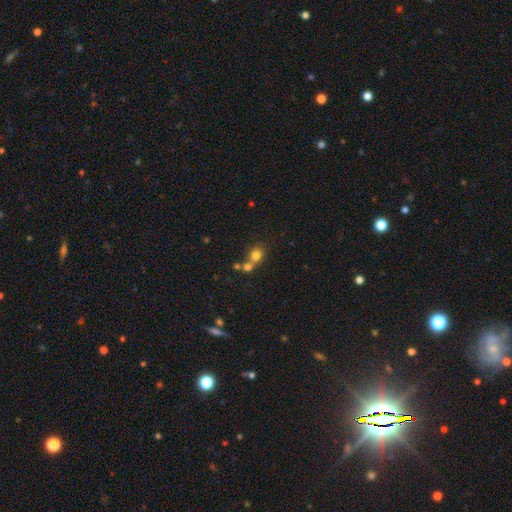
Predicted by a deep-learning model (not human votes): Q: Smooth or featured?
A: smooth (76%); runner-up: star or artifact (13%)
Q: How rounded?
A: round (74%); runner-up: in between (24%)
Q: Merging?
A: merger (47%); runner-up: none (42%)